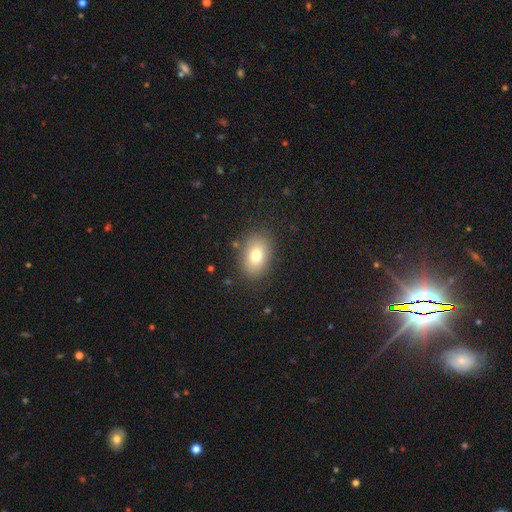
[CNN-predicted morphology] A smooth galaxy with no disk features (76%) that is in between round and cigar-shaped (75%).

Vote fractions:
- Smooth or featured? smooth: 76% / featured or disk: 13% / star or artifact: 11%
- How rounded? in between: 75% / round: 24% / cigar-shaped: 1%
- Merging? none: 85% / minor disturbance: 10% / major disturbance: 4% / merger: 2%